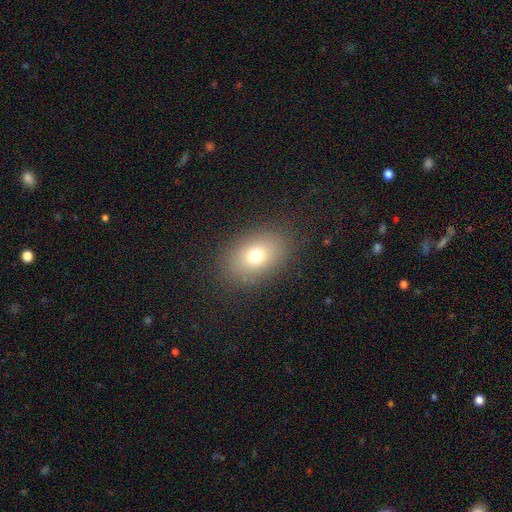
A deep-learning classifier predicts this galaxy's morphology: Overall: smooth (74%). How rounded: in between (75%). Merging: none (85%).